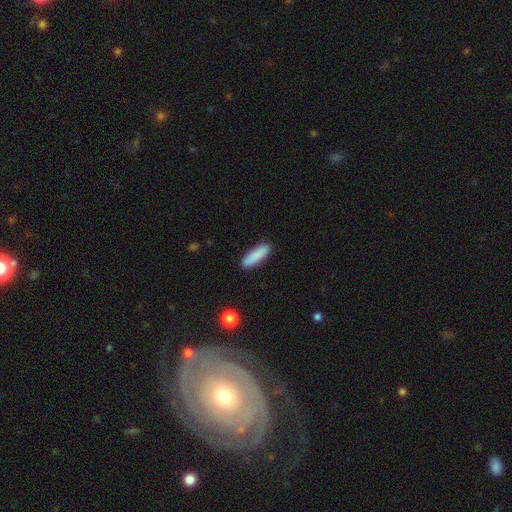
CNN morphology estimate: Smooth or featured?
  - smooth: 88% *
  - star or artifact: 6%
  - featured or disk: 6%
How rounded?
  - cigar-shaped: 59% *
  - in between: 39%
  - round: 2%
Merging?
  - none: 89% *
  - minor disturbance: 8%
  - major disturbance: 2%
  - merger: 1%